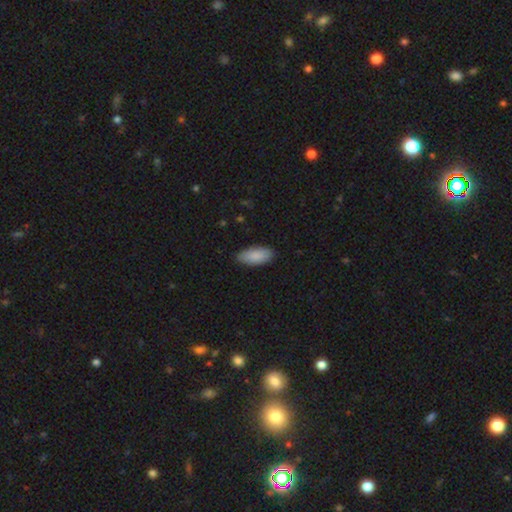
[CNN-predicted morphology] A smooth galaxy with no disk features (88%) that is in between round and cigar-shaped (87%).

Vote fractions:
- Smooth or featured? smooth: 88% / featured or disk: 6% / star or artifact: 6%
- How rounded? in between: 87% / cigar-shaped: 11% / round: 2%
- Merging? none: 85% / minor disturbance: 12% / major disturbance: 2% / merger: 1%